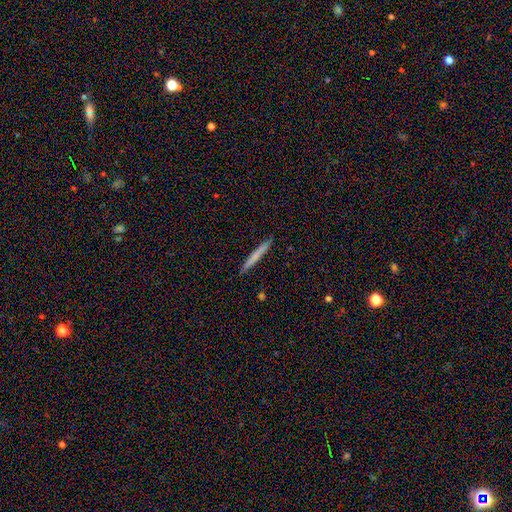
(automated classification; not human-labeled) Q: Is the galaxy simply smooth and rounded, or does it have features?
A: smooth — 67%.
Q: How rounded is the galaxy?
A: cigar-shaped — 97%.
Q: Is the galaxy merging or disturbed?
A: none — 92%.